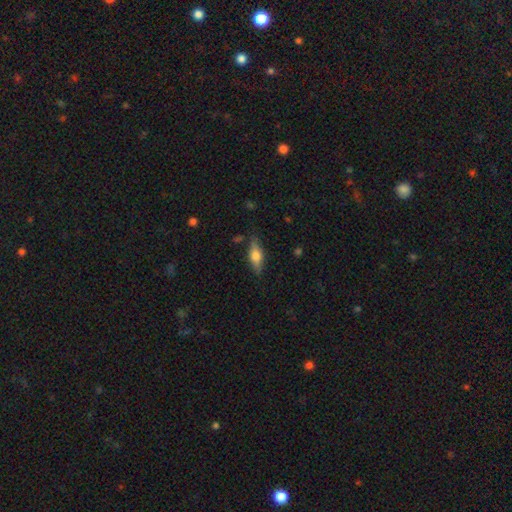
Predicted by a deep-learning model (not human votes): A smooth galaxy with no disk features (57%) that is in between round and cigar-shaped (63%). Merging: none (81%).